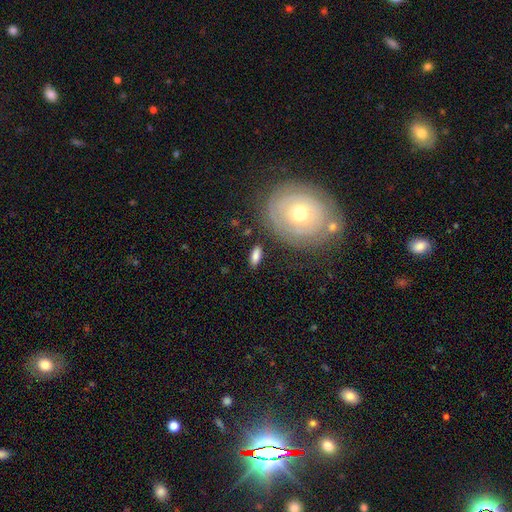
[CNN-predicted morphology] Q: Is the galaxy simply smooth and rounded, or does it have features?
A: smooth — 79%.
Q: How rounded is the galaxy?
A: in between — 80%.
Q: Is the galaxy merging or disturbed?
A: none — 81%.